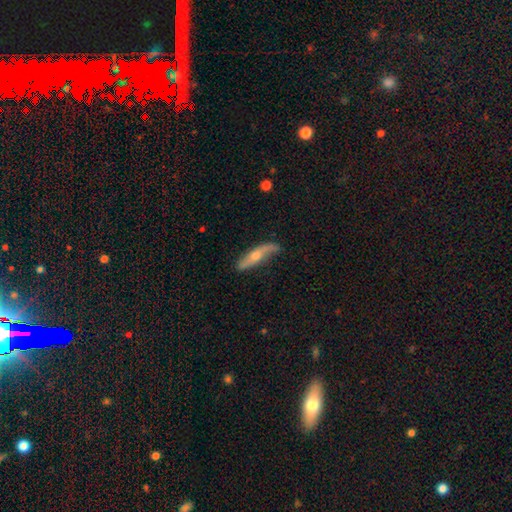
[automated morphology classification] featured or disk 62%, smooth 32%, star or artifact 6%. Down the decision tree: edge-on disk — yes (57%); merging — none (70%).